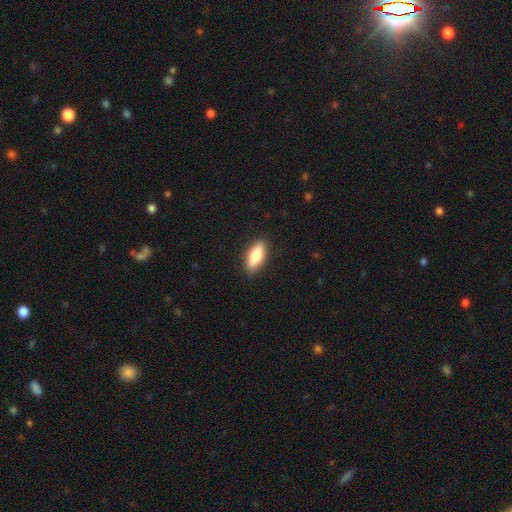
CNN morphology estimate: The model was most divided on "how rounded": in between: 78%, cigar-shaped: 19%, round: 3%. More confident: merging — none (89%); smooth or featured — smooth (81%).